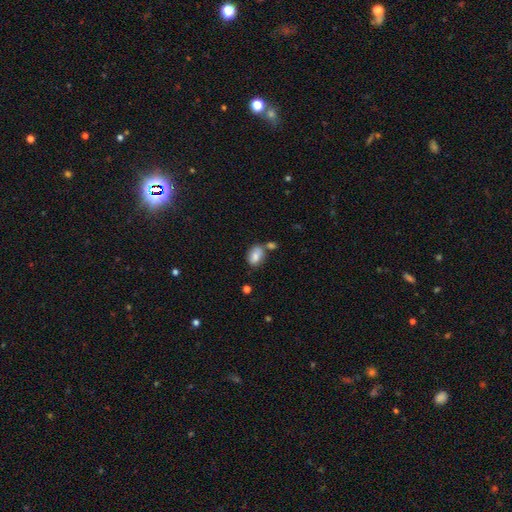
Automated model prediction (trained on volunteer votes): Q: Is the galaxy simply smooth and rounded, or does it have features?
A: smooth — 80%.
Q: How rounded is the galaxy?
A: in between — 82%.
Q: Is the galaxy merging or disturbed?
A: none — 56%.